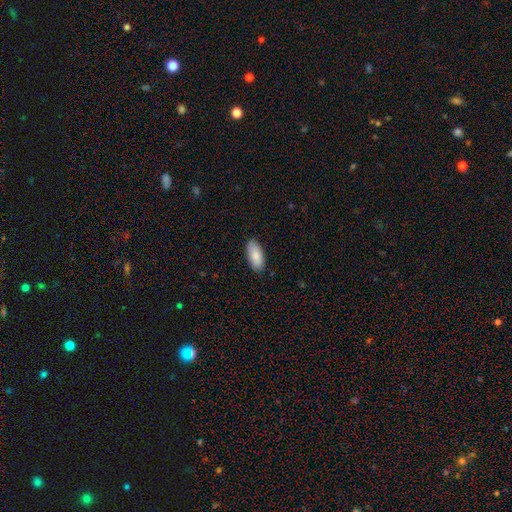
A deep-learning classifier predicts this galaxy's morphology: smooth_or_featured: smooth (p=0.86) [alt: featured or disk p=0.08]
how_rounded: in between (p=0.92) [alt: cigar-shaped p=0.06]
merging: none (p=0.87) [alt: minor disturbance p=0.10]